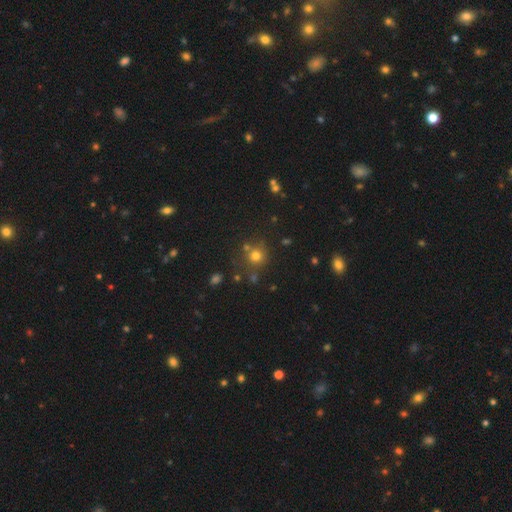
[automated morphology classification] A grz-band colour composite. It shows a smooth galaxy with no disk features (72%) that is round (90%). Merging: none (72%).